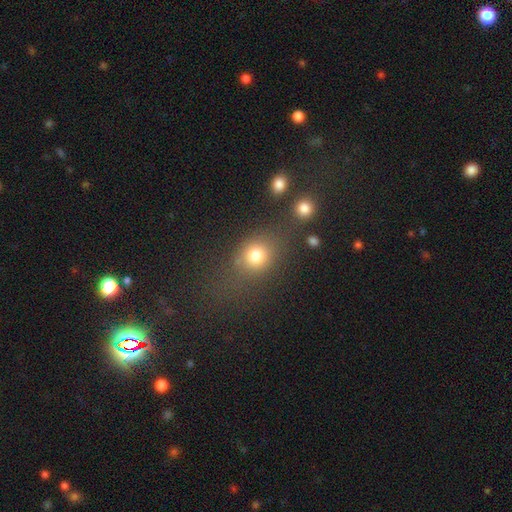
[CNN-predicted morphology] Overall: smooth (77%). How rounded: round (60%; in between 37%). Merging: none (58%).